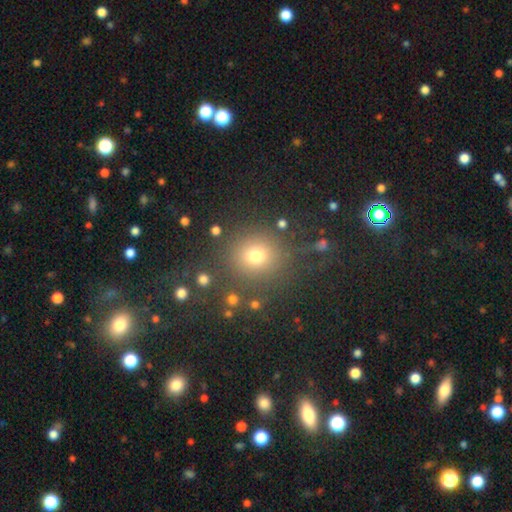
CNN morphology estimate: smooth-or-featured: smooth: 73% | star or artifact: 19% | featured or disk: 8%
  how-rounded: round: 89% | in between: 10% | cigar-shaped: 1%
  merging: none: 81% | minor disturbance: 9% | major disturbance: 5% | merger: 4%